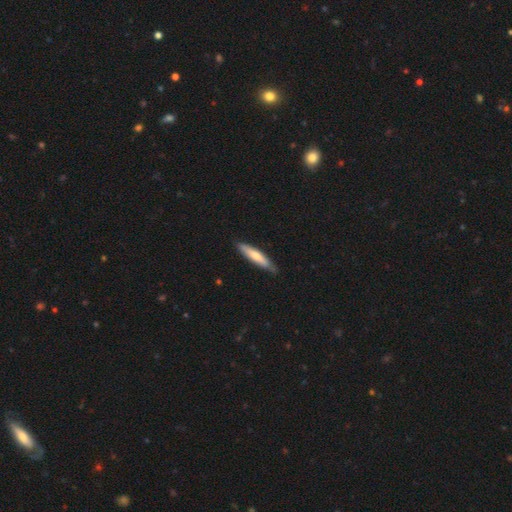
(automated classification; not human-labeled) Smooth or featured? smooth (61%)
How rounded? cigar-shaped (84%)
Merging? none (82%)